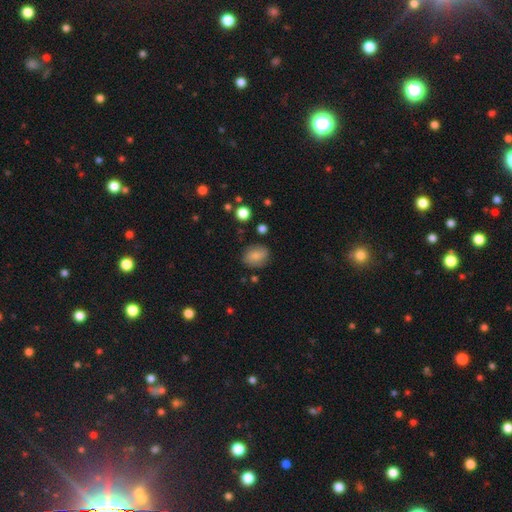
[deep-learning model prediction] Smooth or featured: smooth — 77% (featured or disk — 14%)
How rounded: in between — 56% (round — 42%)
Merging: none — 79% (minor disturbance — 15%)